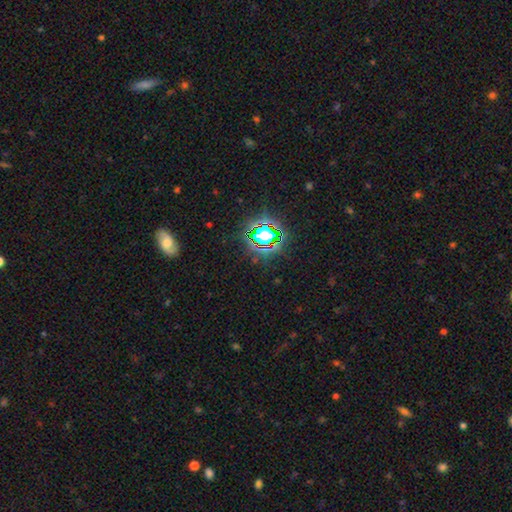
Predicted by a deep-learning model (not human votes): Morphology: type=star or artifact (75%).